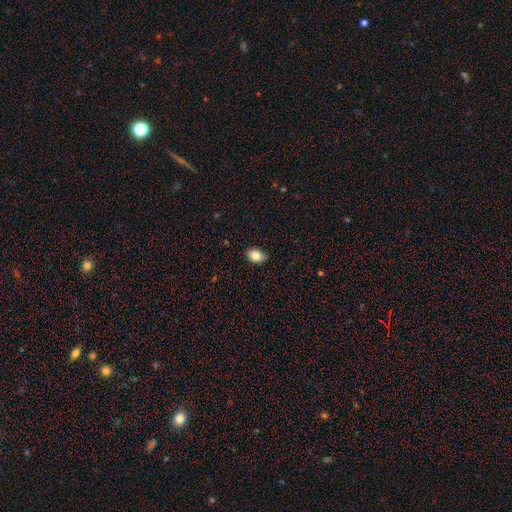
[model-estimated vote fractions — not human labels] smooth-or-featured: smooth: 83% | featured or disk: 9% | star or artifact: 8%
  how-rounded: in between: 85% | round: 14% | cigar-shaped: 1%
  merging: none: 83% | minor disturbance: 14% | major disturbance: 2% | merger: 1%